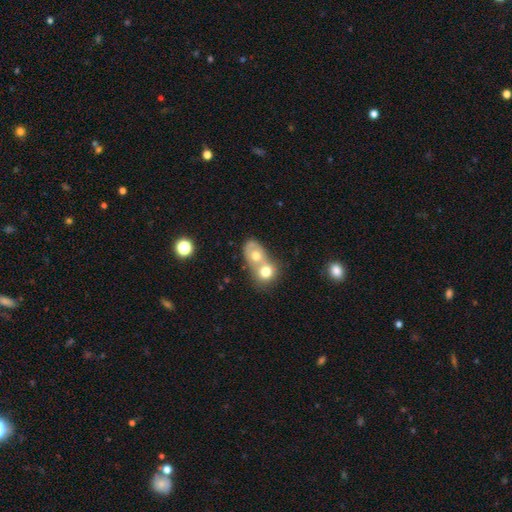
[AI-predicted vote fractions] smooth-or-featured: smooth: 59% | featured or disk: 31% | star or artifact: 9%
  how-rounded: in between: 56% | round: 43% | cigar-shaped: 2%
  merging: merger: 72% | none: 18% | minor disturbance: 6% | major disturbance: 4%